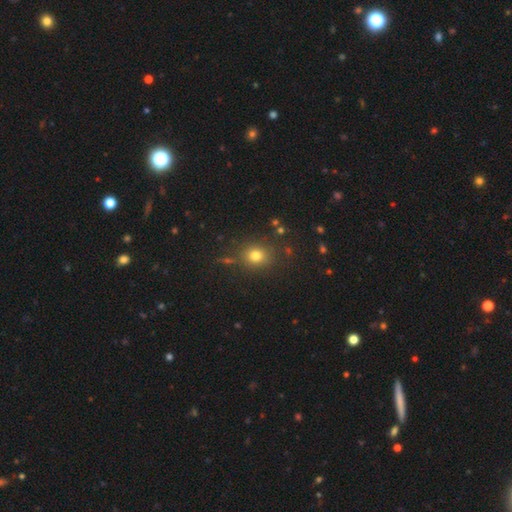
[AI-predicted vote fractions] A smooth galaxy with no disk features (77%) that is round (72%). Merging: none (81%).